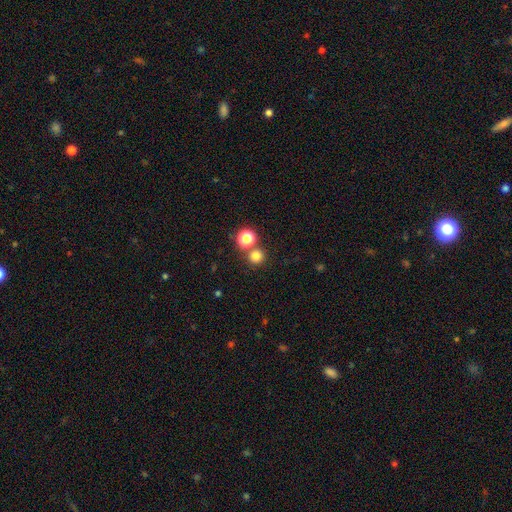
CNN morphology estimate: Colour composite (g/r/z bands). It shows a smooth galaxy with no disk features (78%) that is round (92%). Merging: none (71%).